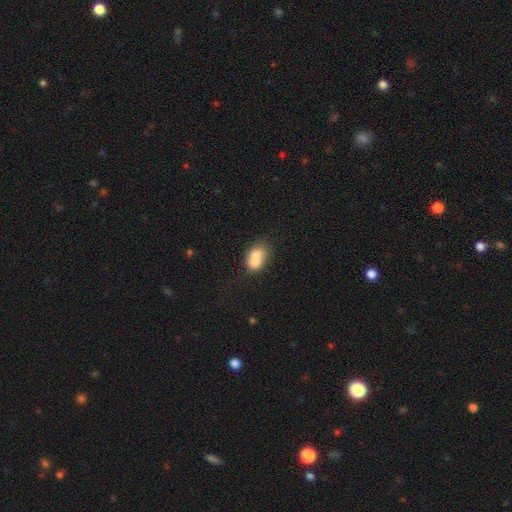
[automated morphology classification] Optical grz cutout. It shows a smooth galaxy with no disk features (71%) that is in between round and cigar-shaped (73%). Merging: merger (55%).